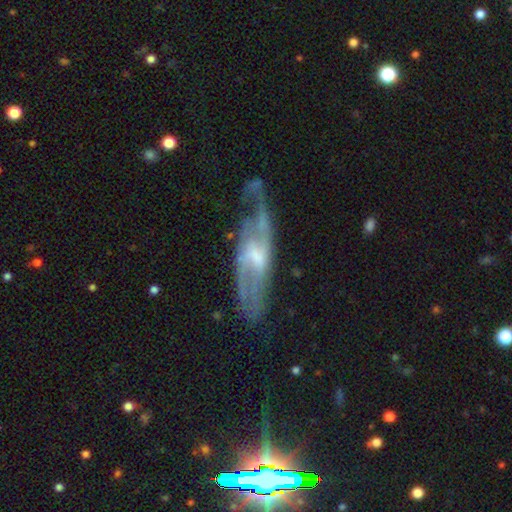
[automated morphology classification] Smooth or featured? Predicted: featured or disk (p=0.81). Edge-on disk? Predicted: no (p=0.78). Bar? Predicted: weak (p=0.51). Spiral arms? Predicted: yes (p=0.88). Spiral winding? Predicted: medium (p=0.44). Spiral arm count? Predicted: 2 (p=0.68). Bulge size? Predicted: moderate (p=0.45). Merging? Predicted: none (p=0.63).